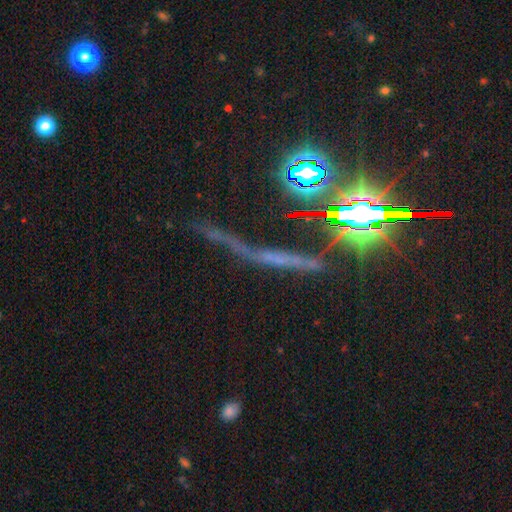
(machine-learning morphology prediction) This appears to be a star or artifact, not a galaxy (67%).